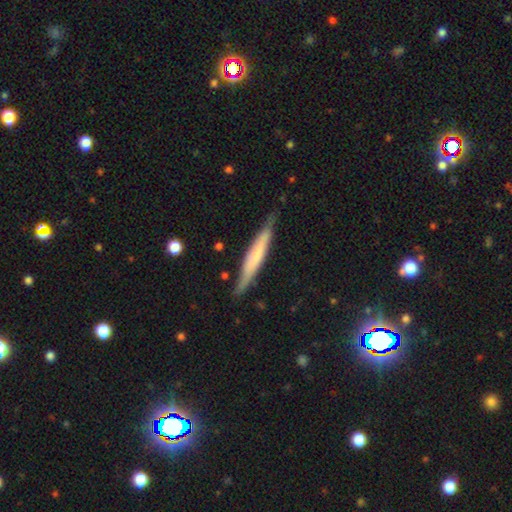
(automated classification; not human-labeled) Smooth or featured?
  - smooth: 49% *
  - featured or disk: 45%
  - star or artifact: 5%
Merging?
  - none: 80% *
  - minor disturbance: 15%
  - major disturbance: 3%
  - merger: 2%